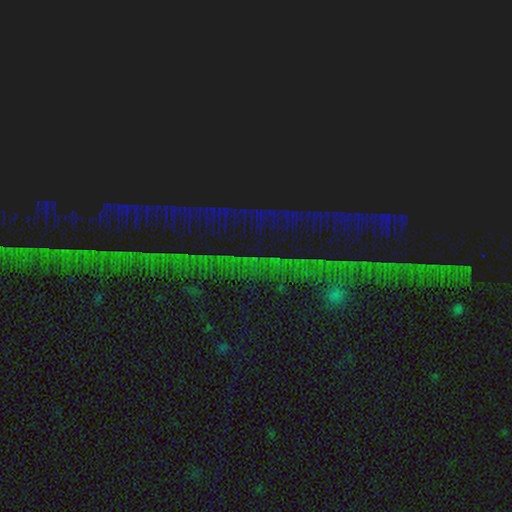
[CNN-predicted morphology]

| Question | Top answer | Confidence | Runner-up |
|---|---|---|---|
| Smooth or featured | star or artifact | 82% | featured or disk (10%) |